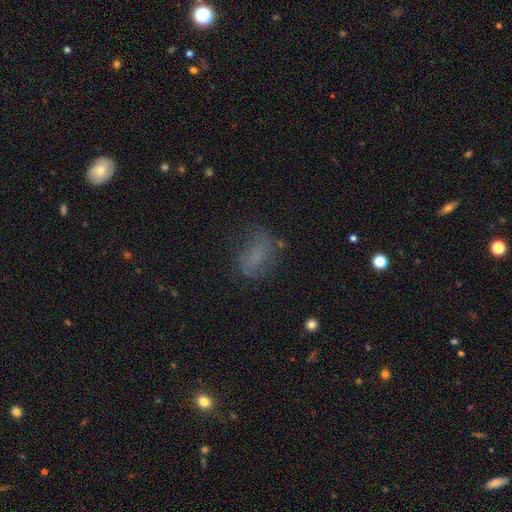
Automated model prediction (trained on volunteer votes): Overall: smooth (58%; featured or disk 24%). How rounded: in between (80%). Merging: none (55%; minor disturbance 24%).